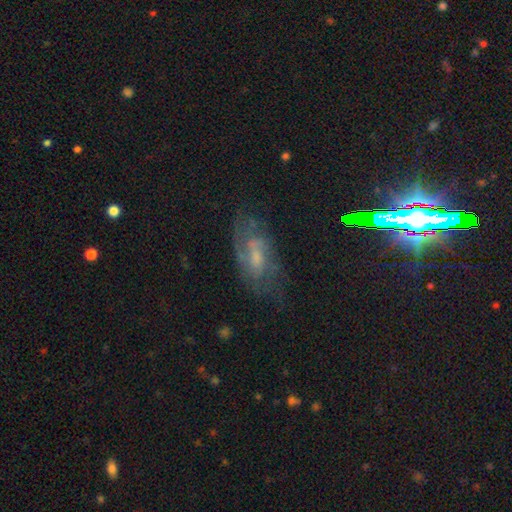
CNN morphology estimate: A featured or disk galaxy (64%) with a weak bar (47%), spiral arms (80%) and a small central bulge (41%).

Vote fractions:
- Smooth or featured? featured or disk: 64% / smooth: 23% / star or artifact: 13%
- Edge-on disk? no: 91% / yes: 9%
- Bar? weak: 47% / no: 41% / strong: 12%
- Spiral arms? yes: 80% / no: 20%
- Bulge size? small: 41% / moderate: 37% / none: 16% / large: 5% / dominant: 1%
- Merging? none: 62% / minor disturbance: 22% / major disturbance: 14% / merger: 2%